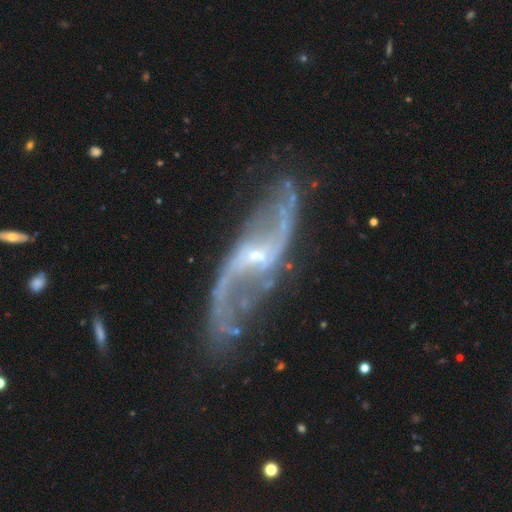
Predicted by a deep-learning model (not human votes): smooth_or_featured: featured or disk (p=0.91) [alt: star or artifact p=0.06]
disk_edge_on: no (p=0.94) [alt: yes p=0.06]
bar: weak (p=0.44) [alt: no p=0.34]
has_spiral_arms: yes (p=0.96) [alt: no p=0.04]
spiral_winding: loose (p=0.81) [alt: medium p=0.14]
spiral_arm_count: 2 (p=0.91) [alt: can't tell p=0.03]
bulge_size: small (p=0.76) [alt: moderate p=0.18]
merging: none (p=0.71) [alt: minor disturbance p=0.16]